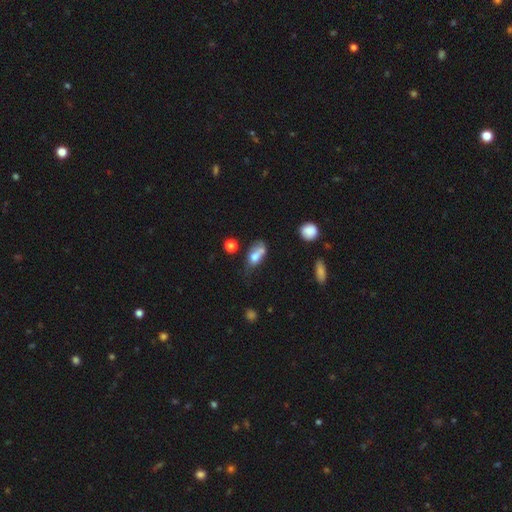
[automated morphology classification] This appears to be a smooth galaxy with no disk features (66%) that is in between round and cigar-shaped (77%). Merging: merger (28%).